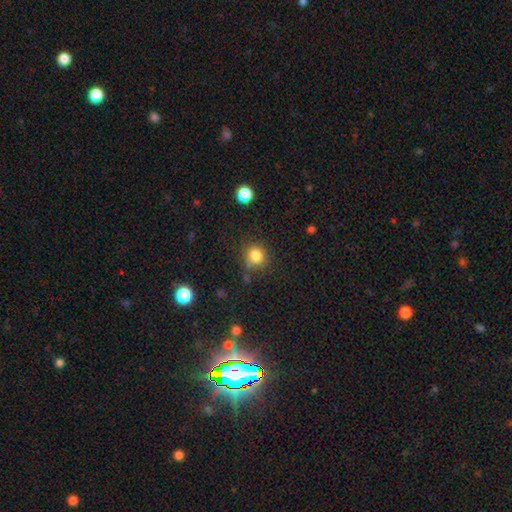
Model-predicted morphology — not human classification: This is clearly a smooth galaxy (83%). How rounded: clearly round (88%). Merging: likely none (79%).